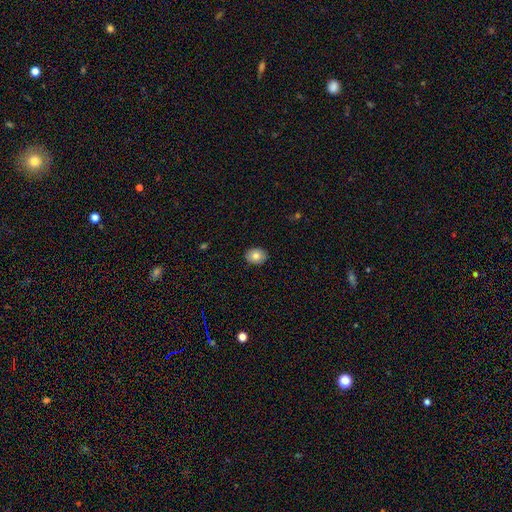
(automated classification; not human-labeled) smooth_or_featured: smooth (p=0.82) [alt: featured or disk p=0.10]
how_rounded: in between (p=0.51) [alt: round p=0.48]
merging: none (p=0.89) [alt: minor disturbance p=0.08]